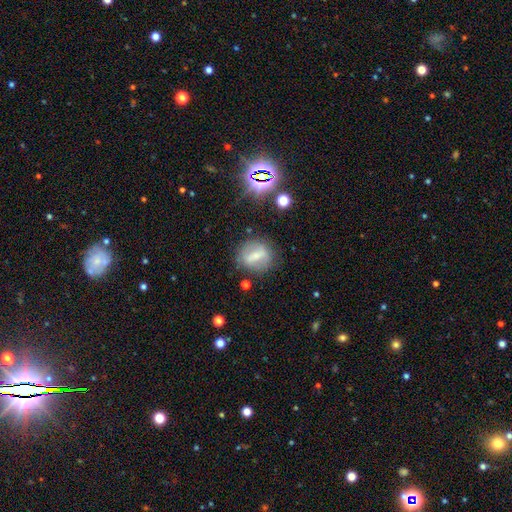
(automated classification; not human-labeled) This is marginally a featured or disk galaxy (44%, tied with smooth). Merging: likely none (75%).